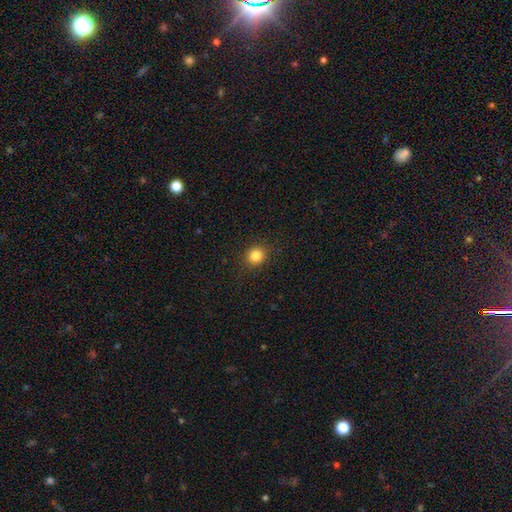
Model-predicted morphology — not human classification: Smooth or featured? smooth (84%)
How rounded? round (86%)
Merging? none (89%)